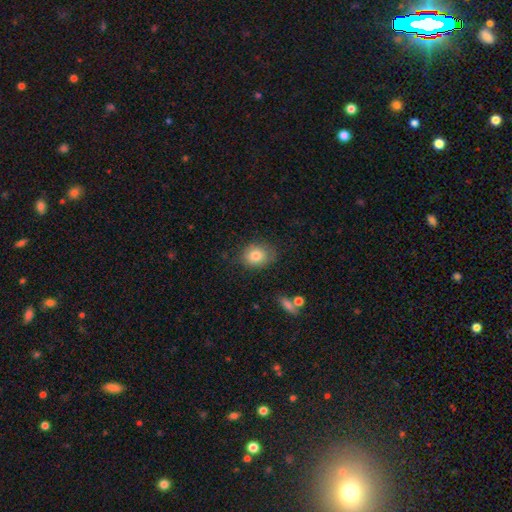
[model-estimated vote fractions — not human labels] This appears to be a smooth galaxy with no disk features (78%) that is round (54%). Merging: none (72%).